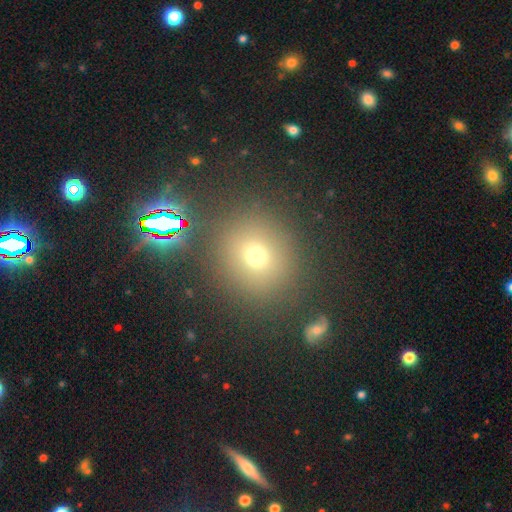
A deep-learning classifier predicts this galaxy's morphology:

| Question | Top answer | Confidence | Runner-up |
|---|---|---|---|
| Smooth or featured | smooth | 66% | star or artifact (23%) |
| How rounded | round | 87% | in between (12%) |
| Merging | none | 83% | minor disturbance (8%) |